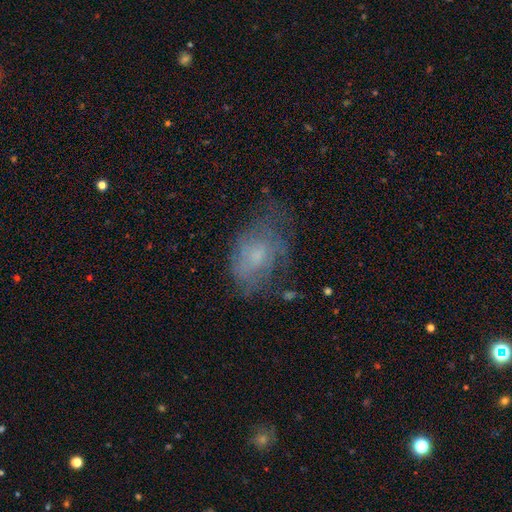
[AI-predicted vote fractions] Q: Smooth or featured?
A: smooth (45%); runner-up: featured or disk (43%)
Q: Merging?
A: none (46%); runner-up: minor disturbance (28%)